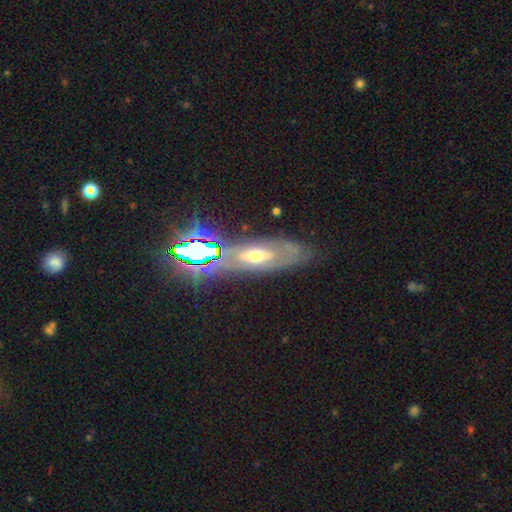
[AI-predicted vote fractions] featured or disk 60%, smooth 25%, star or artifact 16%. Down the decision tree: edge-on disk — no (70%); merging — none (71%).